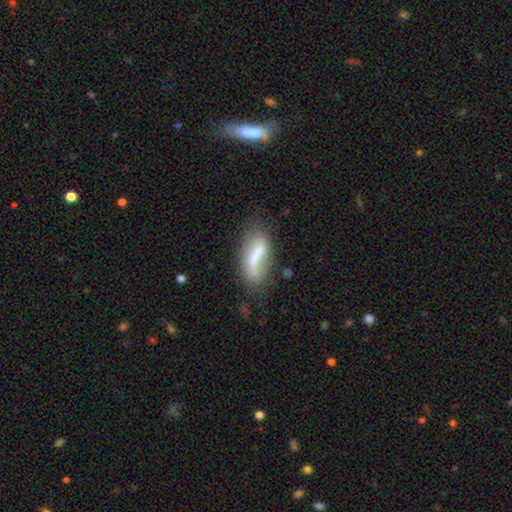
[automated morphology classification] smooth 51%, featured or disk 41%, star or artifact 8%. Down the decision tree: how rounded — in between (69%); merging — none (56%).